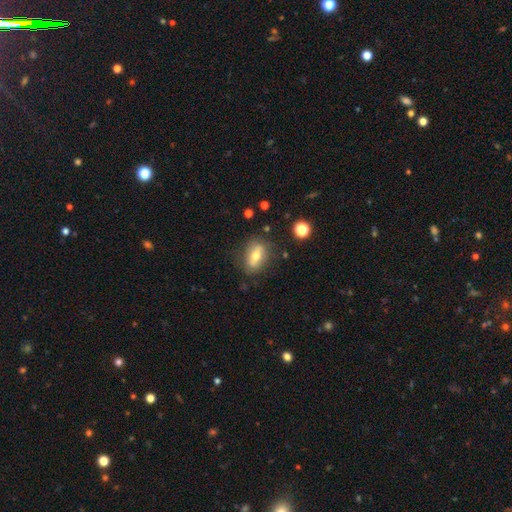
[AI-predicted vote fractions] Q: Smooth or featured?
A: smooth (55%); runner-up: featured or disk (37%)
Q: How rounded?
A: in between (79%); runner-up: round (11%)
Q: Merging?
A: none (76%); runner-up: minor disturbance (17%)